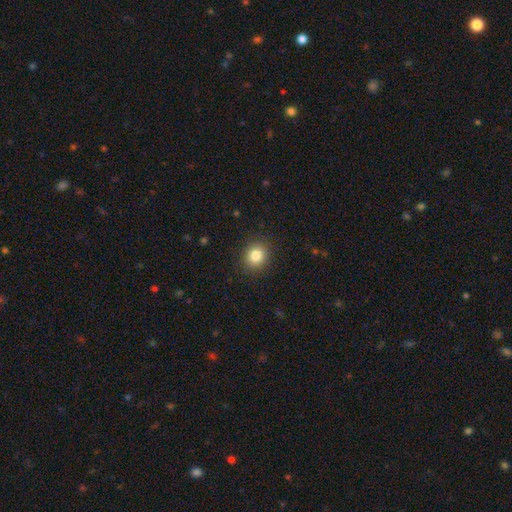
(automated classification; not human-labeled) Q: Smooth or featured?
A: smooth (84%); runner-up: star or artifact (10%)
Q: How rounded?
A: round (80%); runner-up: in between (20%)
Q: Merging?
A: none (90%); runner-up: minor disturbance (7%)